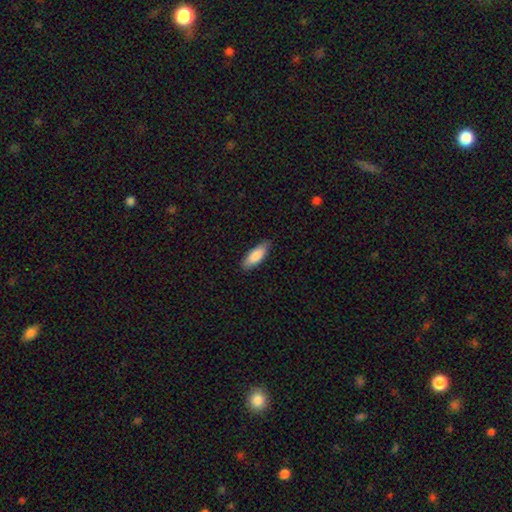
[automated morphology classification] Smooth or featured? smooth (87%)
How rounded? in between (68%)
Merging? none (85%)